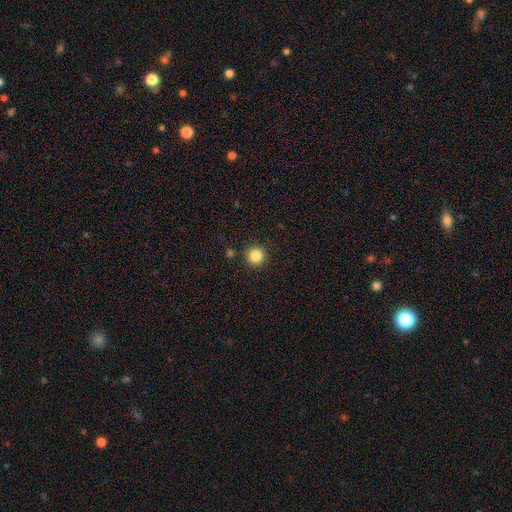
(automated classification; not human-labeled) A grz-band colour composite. It shows a smooth galaxy with no disk features (86%) that is round (95%). Merging: none (90%).